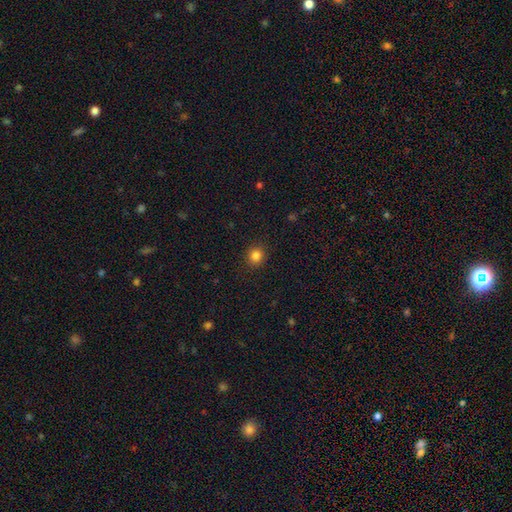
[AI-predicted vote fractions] Morphology: type=smooth (84%); roundness=round (84%); merging=none (90%).